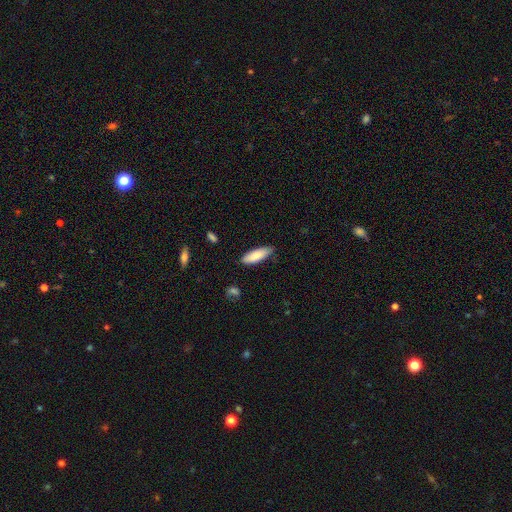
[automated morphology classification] smooth_or_featured: smooth (p=0.85) [alt: featured or disk p=0.10]
how_rounded: in between (p=0.53) [alt: cigar-shaped p=0.45]
merging: none (p=0.79) [alt: minor disturbance p=0.17]